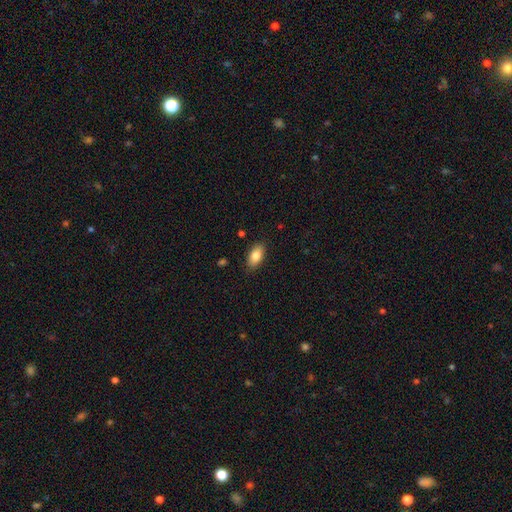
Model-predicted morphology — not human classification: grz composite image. It shows a smooth galaxy with no disk features (84%) that is in between round and cigar-shaped (90%). Merging: none (86%).